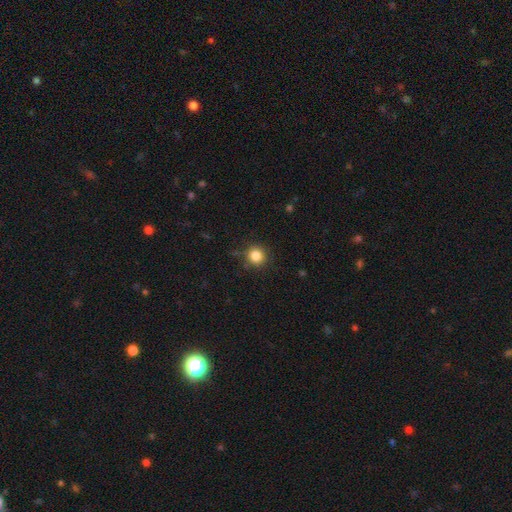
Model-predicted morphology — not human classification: Overall: smooth (83%). How rounded: round (93%). Merging: none (87%).